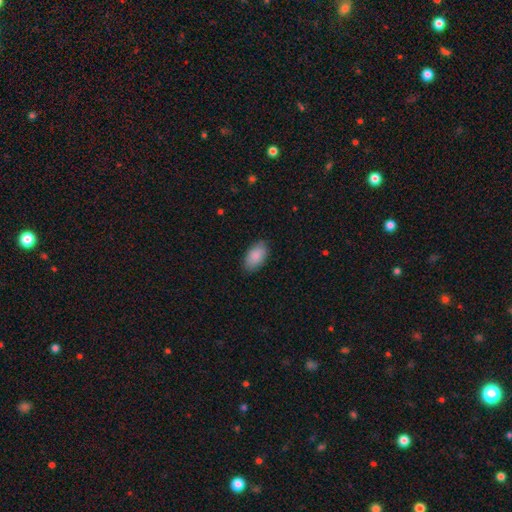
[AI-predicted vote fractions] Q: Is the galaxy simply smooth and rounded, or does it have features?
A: smooth — 89%.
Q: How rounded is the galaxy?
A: in between — 94%.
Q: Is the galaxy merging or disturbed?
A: none — 86%.